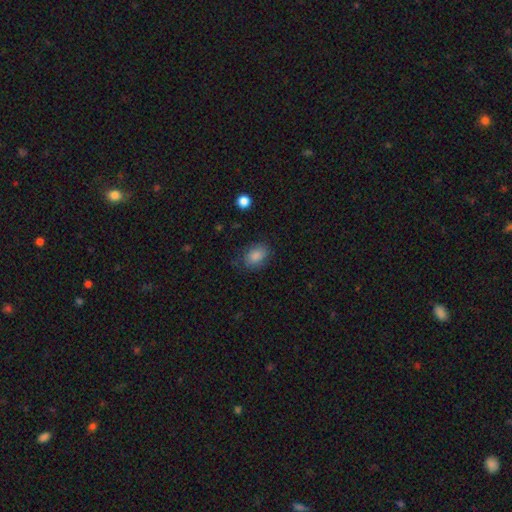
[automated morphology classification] Smooth or featured? Predicted: smooth (p=0.82). How rounded? Predicted: in between (p=0.75). Merging? Predicted: none (p=0.77).